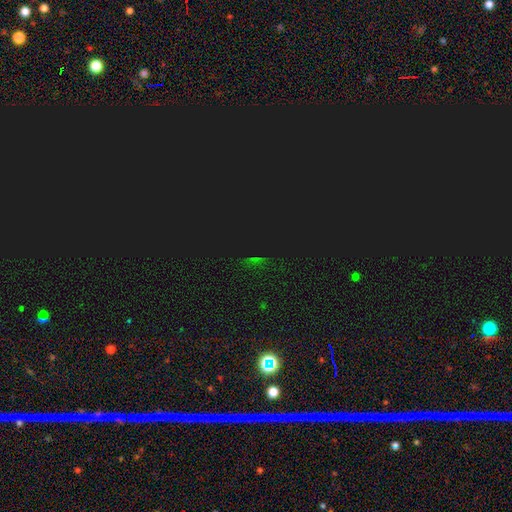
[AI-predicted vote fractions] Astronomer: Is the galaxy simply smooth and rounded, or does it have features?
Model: star or artifact — 77%.